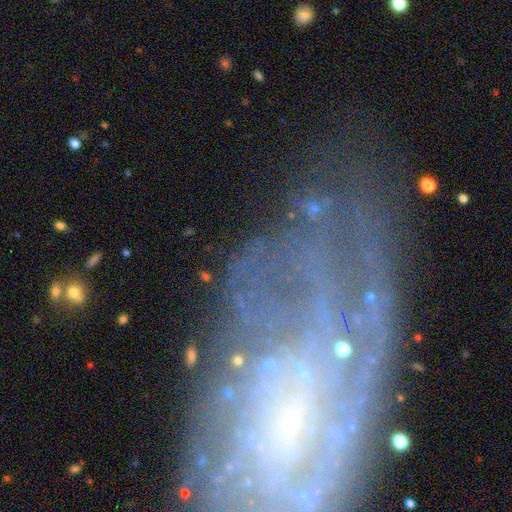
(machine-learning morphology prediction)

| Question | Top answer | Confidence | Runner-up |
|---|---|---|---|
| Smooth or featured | featured or disk | 71% | smooth (15%) |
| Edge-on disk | no | 92% | yes (8%) |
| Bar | no | 68% | weak (23%) |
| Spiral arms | yes | 67% | no (33%) |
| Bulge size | small | 41% | none (34%) |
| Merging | none | 60% | minor disturbance (21%) |